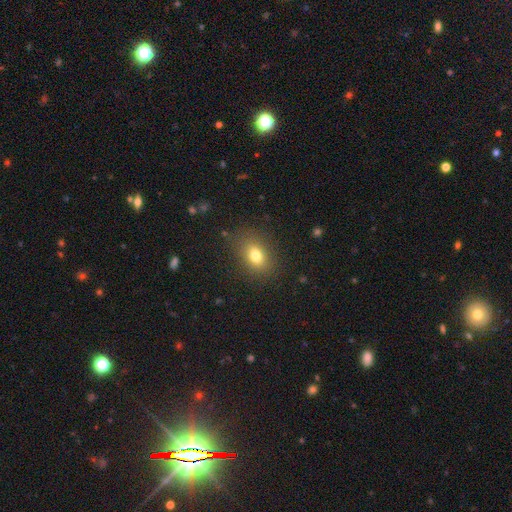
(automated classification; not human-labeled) A smooth galaxy with no disk features (77%) that is in between round and cigar-shaped (72%).

Vote fractions:
- Smooth or featured? smooth: 77% / star or artifact: 12% / featured or disk: 11%
- How rounded? in between: 72% / round: 26% / cigar-shaped: 2%
- Merging? none: 84% / minor disturbance: 11% / major disturbance: 4% / merger: 1%